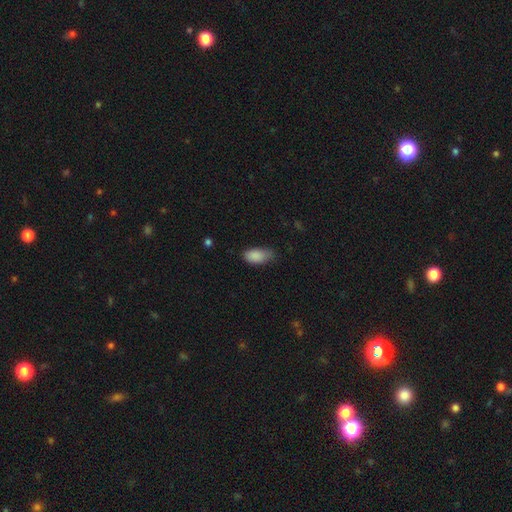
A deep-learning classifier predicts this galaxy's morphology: smooth_or_featured: smooth (p=0.88) [alt: star or artifact p=0.07]
how_rounded: in between (p=0.91) [alt: cigar-shaped p=0.05]
merging: none (p=0.55) [alt: minor disturbance p=0.36]